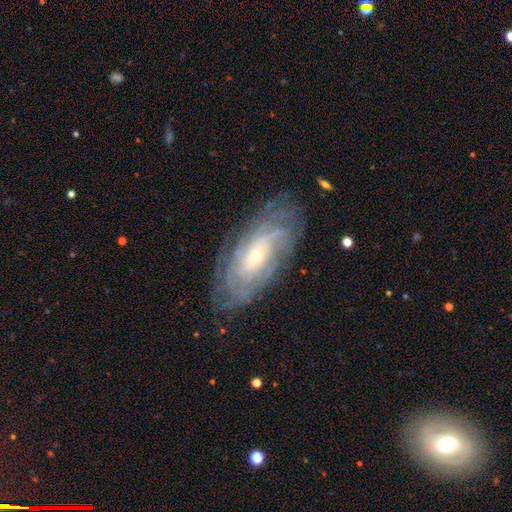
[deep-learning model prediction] Smooth or featured? featured or disk (81%)
Edge-on disk? no (91%)
Bar? no (71%)
Spiral arms? yes (92%)
Spiral winding? tight (78%)
Spiral arm count? can't tell (48%)
Bulge size? small (71%)
Merging? none (79%)